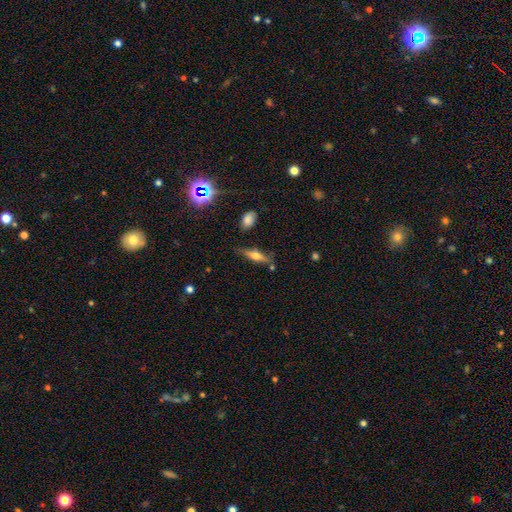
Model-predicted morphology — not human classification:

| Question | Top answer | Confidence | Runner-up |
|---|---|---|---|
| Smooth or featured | featured or disk | 52% | smooth (38%) |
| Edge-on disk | yes | 92% | no (8%) |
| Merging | none | 75% | minor disturbance (15%) |